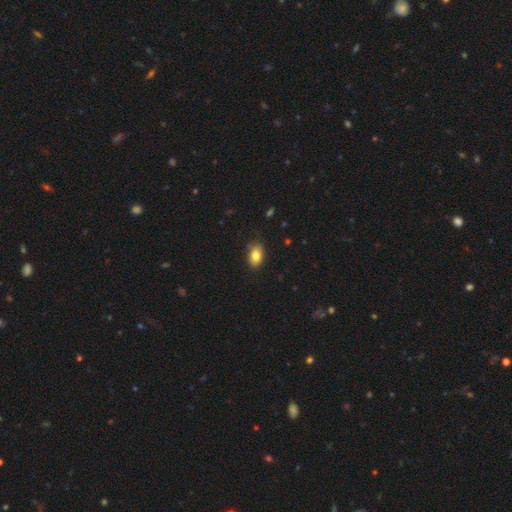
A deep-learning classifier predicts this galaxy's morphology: Smooth or featured? Predicted: smooth (p=0.83). How rounded? Predicted: in between (p=0.85). Merging? Predicted: none (p=0.81).